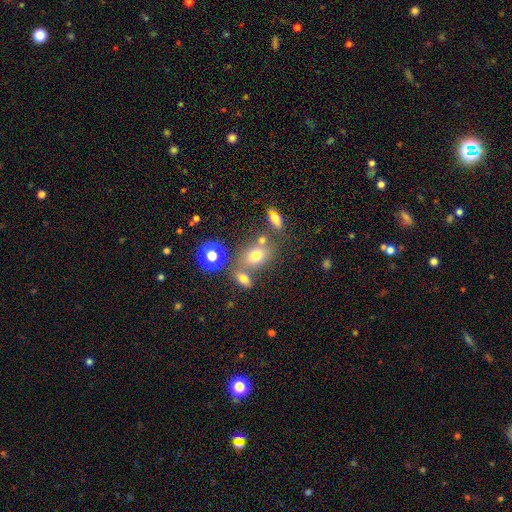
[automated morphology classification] This appears to be a smooth galaxy with no disk features (70%) that is in between round and cigar-shaped (66%). Merging: none (54%).